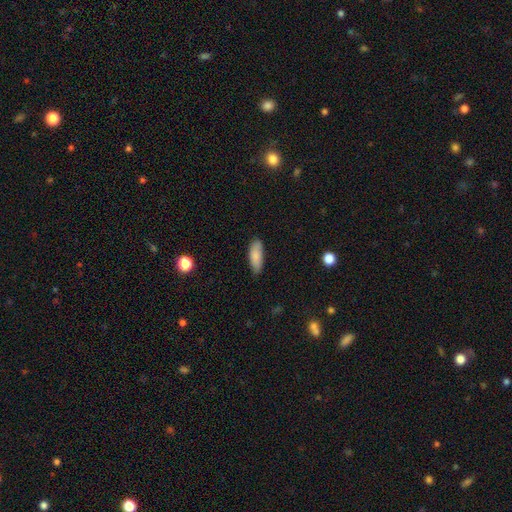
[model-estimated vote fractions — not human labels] A smooth galaxy with no disk features (85%) that is in between round and cigar-shaped (70%). Merging: none (81%).